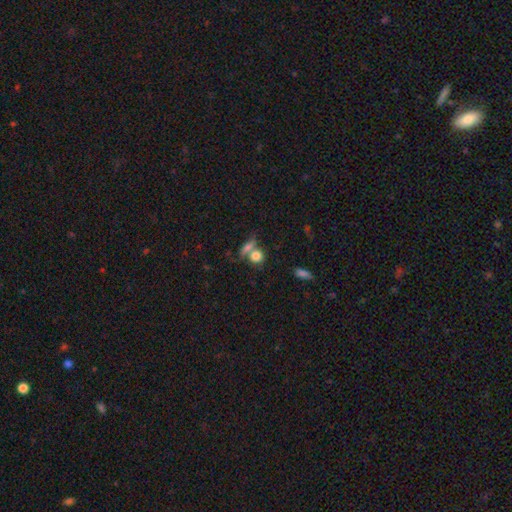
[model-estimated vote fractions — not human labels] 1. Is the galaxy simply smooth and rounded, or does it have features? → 77% smooth, 12% featured or disk, 11% star or artifact.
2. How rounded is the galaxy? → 65% round, 27% in between, 8% cigar-shaped.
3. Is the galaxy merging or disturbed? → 47% none, 38% merger, 10% minor disturbance, 5% major disturbance.